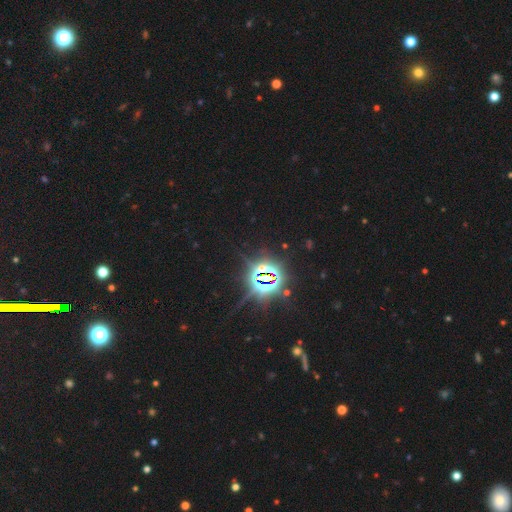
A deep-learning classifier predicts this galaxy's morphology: Smooth or featured? star or artifact (85%)